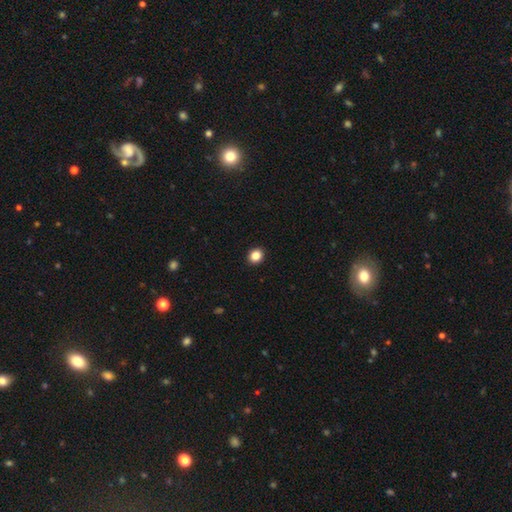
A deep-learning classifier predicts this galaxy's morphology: The model was most divided on "how rounded": round: 79%, in between: 20%, cigar-shaped: 1%. More confident: merging — none (93%); smooth or featured — smooth (85%).